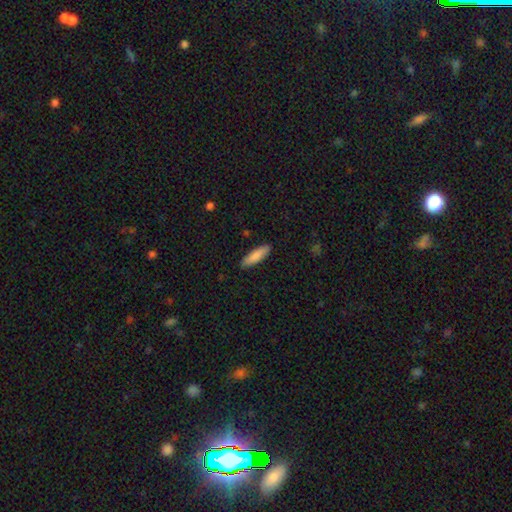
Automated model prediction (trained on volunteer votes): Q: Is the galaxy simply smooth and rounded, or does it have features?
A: smooth — 84%.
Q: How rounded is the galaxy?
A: cigar-shaped — 65%.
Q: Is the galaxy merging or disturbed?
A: none — 88%.